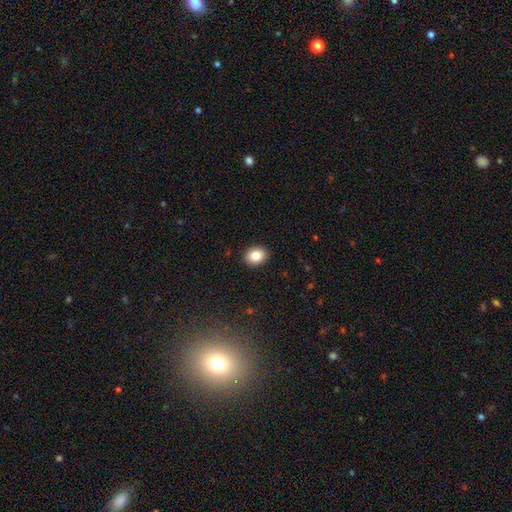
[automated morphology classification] smooth_or_featured: smooth (p=0.83) [alt: star or artifact p=0.09]
how_rounded: round (p=0.50) [tied with: in between p=0.50]
merging: none (p=0.91) [alt: minor disturbance p=0.07]